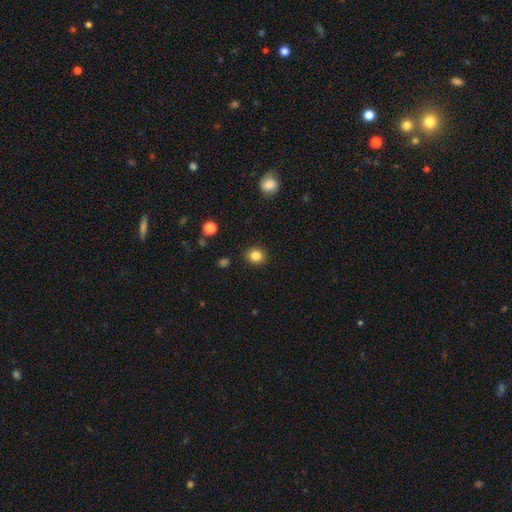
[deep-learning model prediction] smooth_or_featured: smooth (p=0.84) [alt: star or artifact p=0.11]
how_rounded: round (p=0.82) [alt: in between p=0.18]
merging: none (p=0.90) [alt: minor disturbance p=0.06]